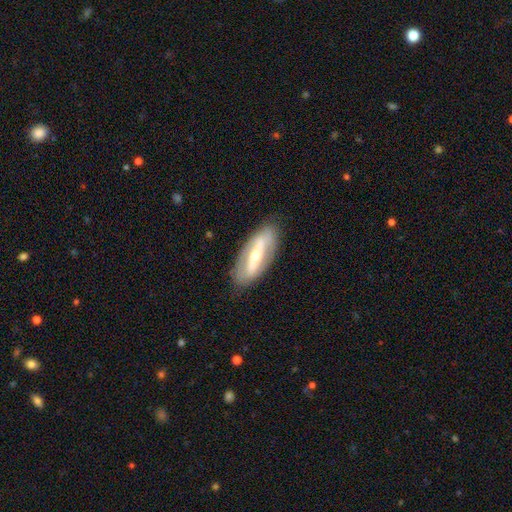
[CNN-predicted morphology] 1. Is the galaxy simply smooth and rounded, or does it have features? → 70% featured or disk, 24% smooth, 5% star or artifact.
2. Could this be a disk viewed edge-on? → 77% no, 23% yes.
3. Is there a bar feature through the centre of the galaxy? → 64% strong, 20% weak, 17% no.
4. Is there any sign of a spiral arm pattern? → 56% no, 44% yes.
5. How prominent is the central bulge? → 52% moderate, 43% small, 3% large, 1% none, 1% dominant.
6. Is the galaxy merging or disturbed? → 82% none, 12% minor disturbance, 4% major disturbance, 1% merger.